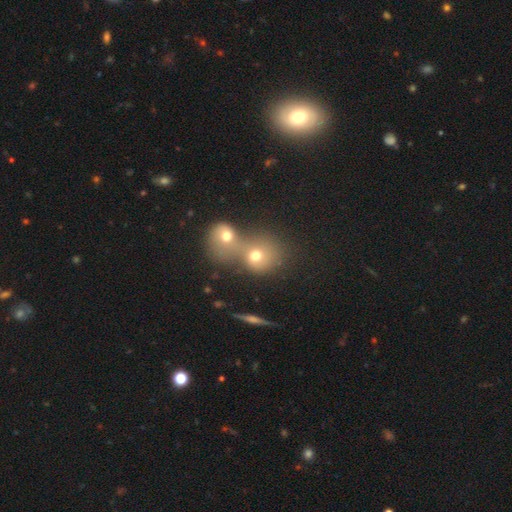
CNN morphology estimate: smooth_or_featured: smooth (p=0.68) [alt: featured or disk p=0.18]
how_rounded: round (p=0.77) [alt: in between p=0.22]
merging: merger (p=0.68) [alt: none p=0.21]